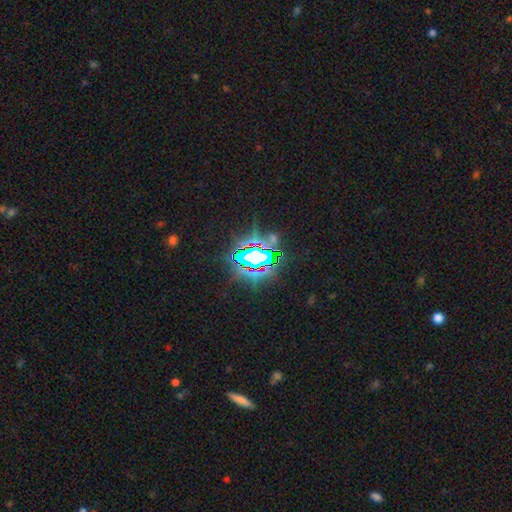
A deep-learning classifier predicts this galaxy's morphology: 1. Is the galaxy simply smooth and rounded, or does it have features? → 77% star or artifact, 12% smooth, 11% featured or disk.